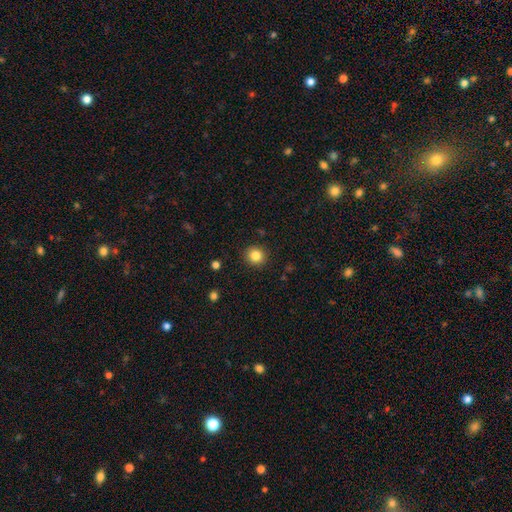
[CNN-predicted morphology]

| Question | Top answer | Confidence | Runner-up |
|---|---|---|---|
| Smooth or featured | smooth | 83% | star or artifact (11%) |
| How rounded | round | 90% | in between (9%) |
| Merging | none | 91% | minor disturbance (6%) |